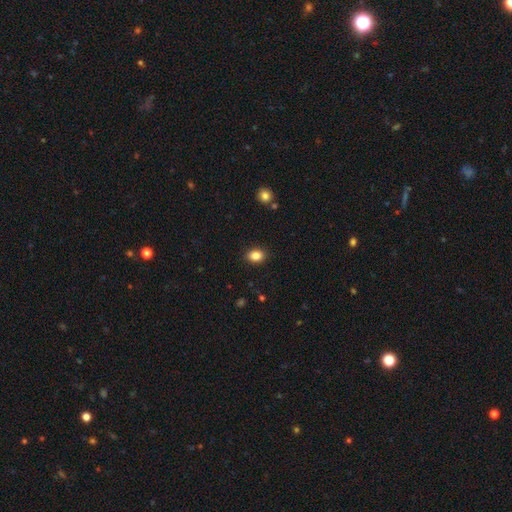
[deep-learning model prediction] A smooth galaxy with no disk features (86%) that is in between round and cigar-shaped (65%).

Vote fractions:
- Smooth or featured? smooth: 86% / star or artifact: 10% / featured or disk: 4%
- How rounded? in between: 65% / round: 34% / cigar-shaped: 1%
- Merging? none: 89% / minor disturbance: 8% / major disturbance: 2% / merger: 1%